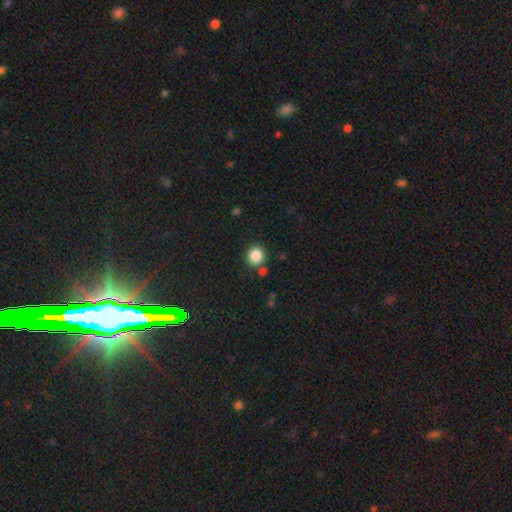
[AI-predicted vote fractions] Morphology: type=smooth (86%); roundness=round (84%); merging=none (83%).